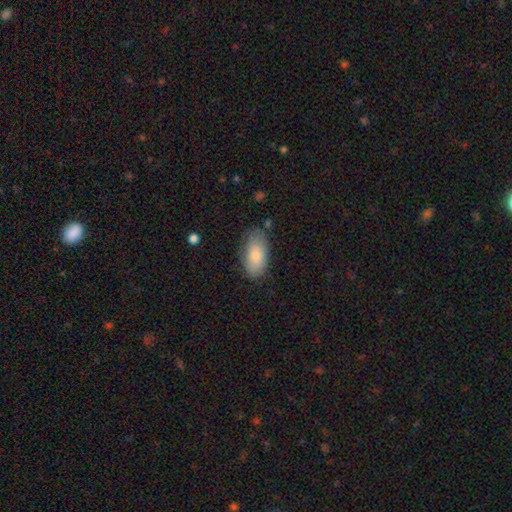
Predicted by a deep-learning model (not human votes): Smooth or featured: smooth — 80% (featured or disk — 14%)
How rounded: in between — 93% (cigar-shaped — 4%)
Merging: none — 74% (minor disturbance — 20%)